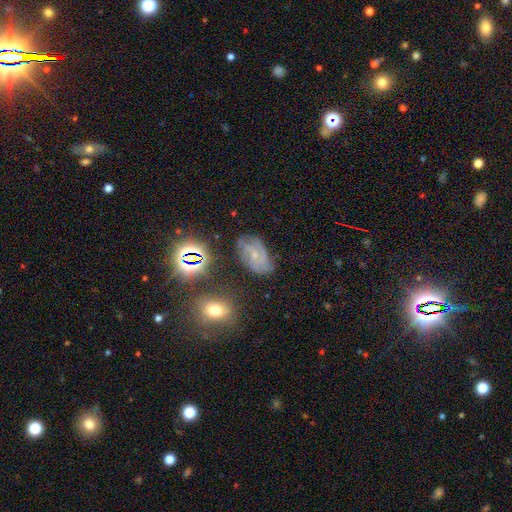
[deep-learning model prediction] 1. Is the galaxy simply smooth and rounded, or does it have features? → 71% featured or disk, 16% star or artifact, 13% smooth.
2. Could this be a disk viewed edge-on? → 97% no, 3% yes.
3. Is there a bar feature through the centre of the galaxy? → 55% no, 36% weak, 9% strong.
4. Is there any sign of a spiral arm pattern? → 94% yes, 6% no.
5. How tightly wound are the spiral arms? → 51% tight, 39% medium, 10% loose.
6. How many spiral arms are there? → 33% 2, 29% 3, 22% can't tell, 8% 4, 4% 1, 4% more than 4.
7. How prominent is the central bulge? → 70% small, 23% moderate, 5% none, 1% large, 1% dominant.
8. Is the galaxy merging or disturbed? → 71% none, 20% minor disturbance, 7% major disturbance, 3% merger.